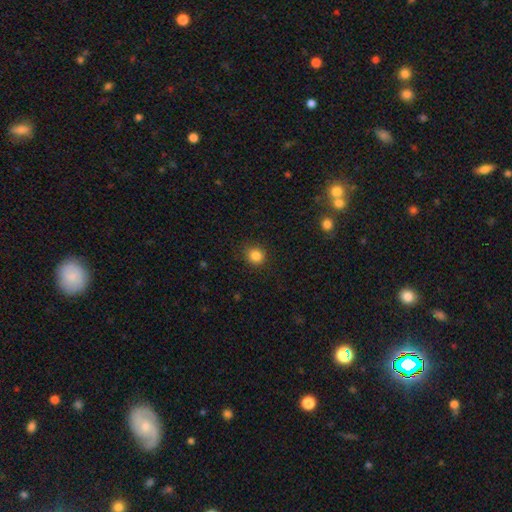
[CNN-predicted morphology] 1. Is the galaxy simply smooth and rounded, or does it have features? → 85% smooth, 11% star or artifact, 4% featured or disk.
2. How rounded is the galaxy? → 85% round, 14% in between, 1% cigar-shaped.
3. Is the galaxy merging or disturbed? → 89% none, 8% minor disturbance, 2% major disturbance, 1% merger.